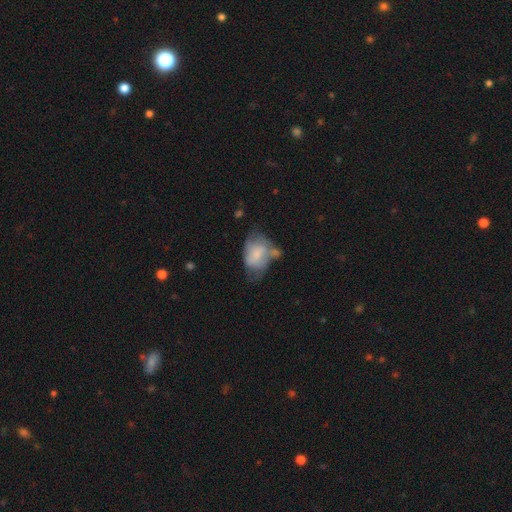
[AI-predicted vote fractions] Q: Smooth or featured?
A: smooth (61%); runner-up: featured or disk (31%)
Q: How rounded?
A: in between (76%); runner-up: round (23%)
Q: Merging?
A: minor disturbance (31%); runner-up: major disturbance (27%)